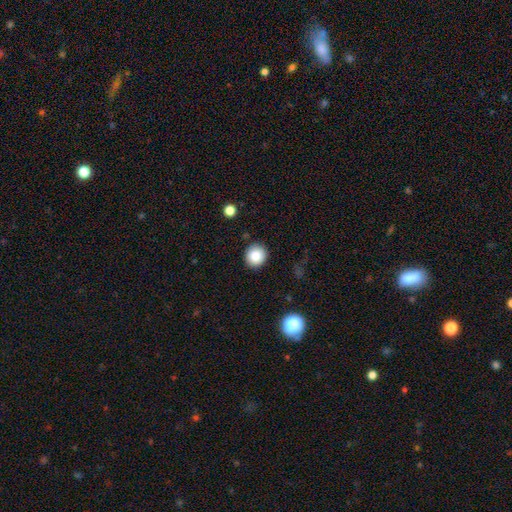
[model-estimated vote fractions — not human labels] smooth-or-featured: smooth: 86% | star or artifact: 9% | featured or disk: 5%
  how-rounded: round: 90% | in between: 9% | cigar-shaped: 1%
  merging: none: 90% | minor disturbance: 7% | major disturbance: 2% | merger: 2%